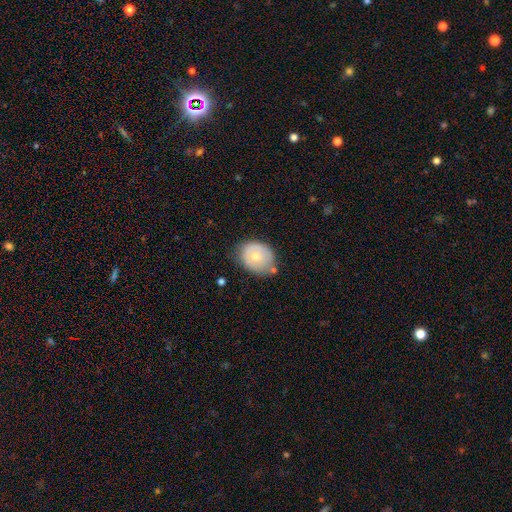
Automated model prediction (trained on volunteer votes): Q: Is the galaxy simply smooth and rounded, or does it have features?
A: smooth — 60%.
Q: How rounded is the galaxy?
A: round — 54%.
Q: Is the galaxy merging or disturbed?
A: none — 60%.